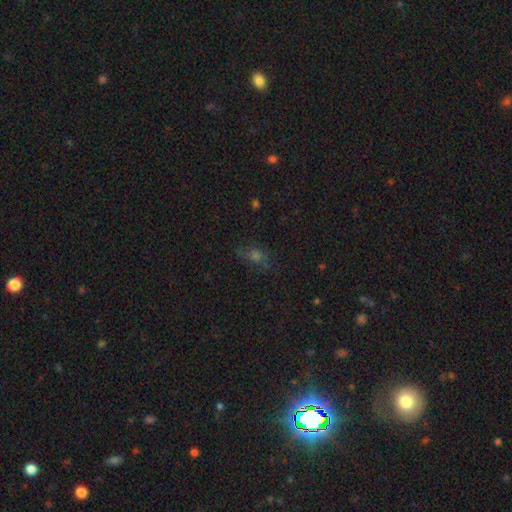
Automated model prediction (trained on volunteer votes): Overall: smooth (46%; star or artifact 36%). Merging: none (70%).